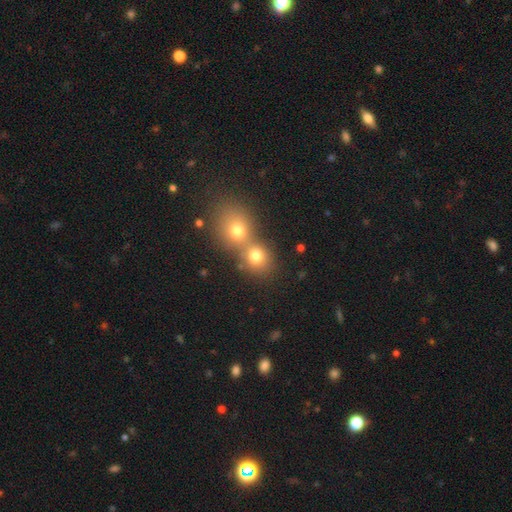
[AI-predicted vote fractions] The model was most divided on "merging": merger: 55%, none: 37%, minor disturbance: 6%, major disturbance: 3%. More confident: how rounded — round (76%); smooth or featured — smooth (75%).